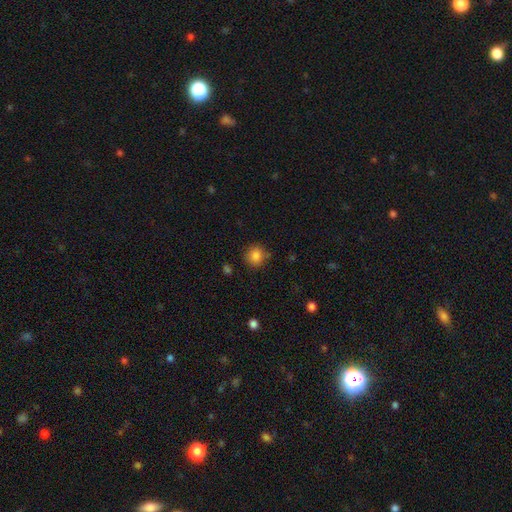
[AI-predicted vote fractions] Morphology: type=smooth (85%); roundness=round (87%); merging=none (82%).